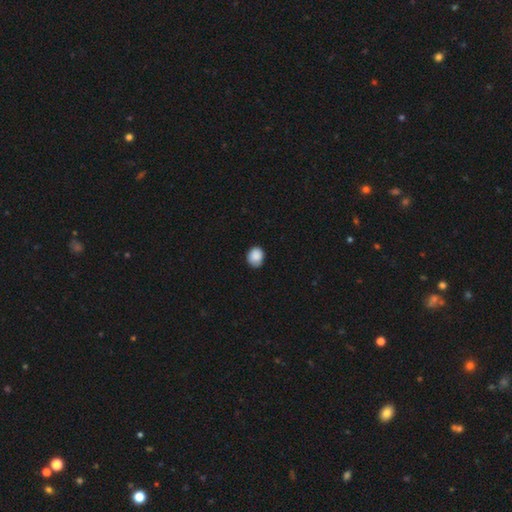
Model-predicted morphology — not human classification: Smooth or featured? Predicted: smooth (p=0.88). How rounded? Predicted: round (p=0.62). Merging? Predicted: none (p=0.79).